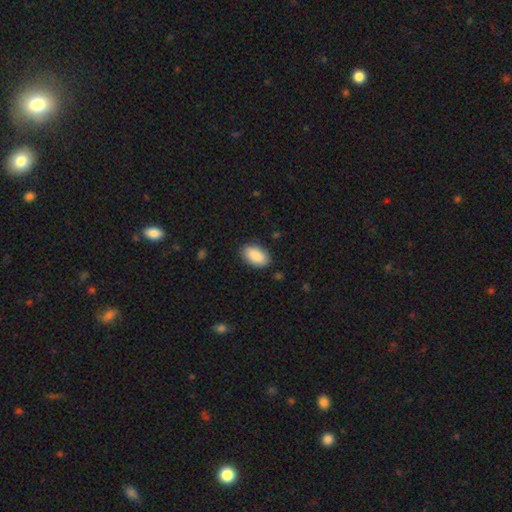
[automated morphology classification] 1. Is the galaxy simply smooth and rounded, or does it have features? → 90% smooth, 6% star or artifact, 4% featured or disk.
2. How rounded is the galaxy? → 94% in between, 4% round, 2% cigar-shaped.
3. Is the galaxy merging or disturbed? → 87% none, 10% minor disturbance, 2% major disturbance, 1% merger.